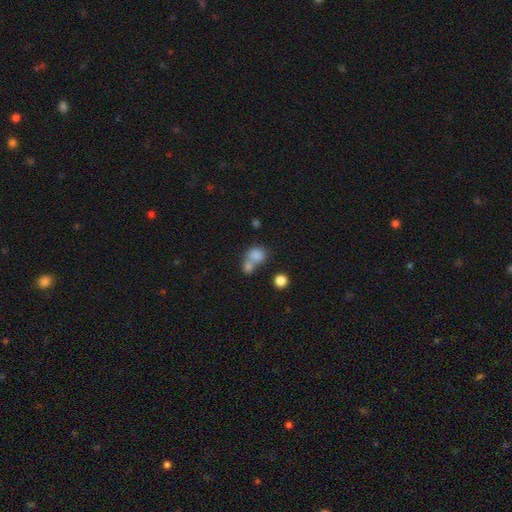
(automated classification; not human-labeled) Smooth or featured?
  - smooth: 80% *
  - star or artifact: 11%
  - featured or disk: 9%
How rounded?
  - round: 69% *
  - in between: 30%
  - cigar-shaped: 1%
Merging?
  - merger: 57% *
  - none: 31%
  - minor disturbance: 8%
  - major disturbance: 4%